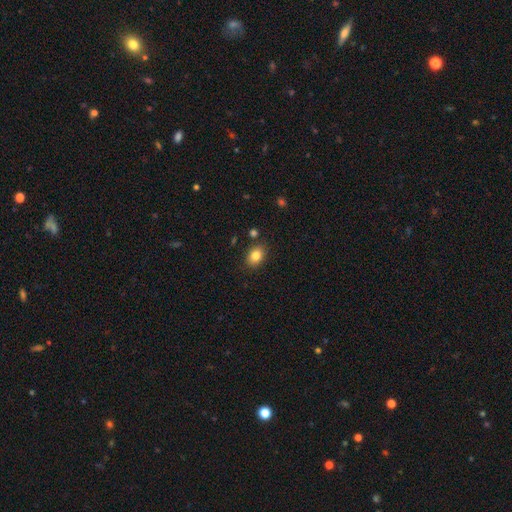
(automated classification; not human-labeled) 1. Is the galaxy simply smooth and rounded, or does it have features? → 82% smooth, 10% star or artifact, 8% featured or disk.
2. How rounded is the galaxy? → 69% in between, 30% round, 1% cigar-shaped.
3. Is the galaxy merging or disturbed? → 84% none, 10% minor disturbance, 3% merger, 2% major disturbance.